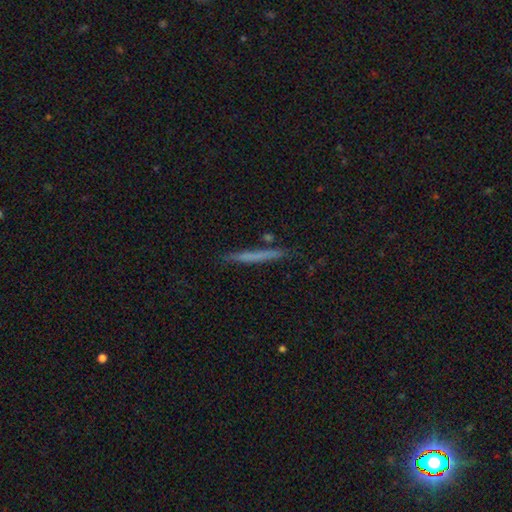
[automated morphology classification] smooth-or-featured: smooth: 55% | featured or disk: 38% | star or artifact: 7%
  how-rounded: cigar-shaped: 96% | in between: 2% | round: 2%
  merging: none: 86% | minor disturbance: 10% | merger: 2% | major disturbance: 2%